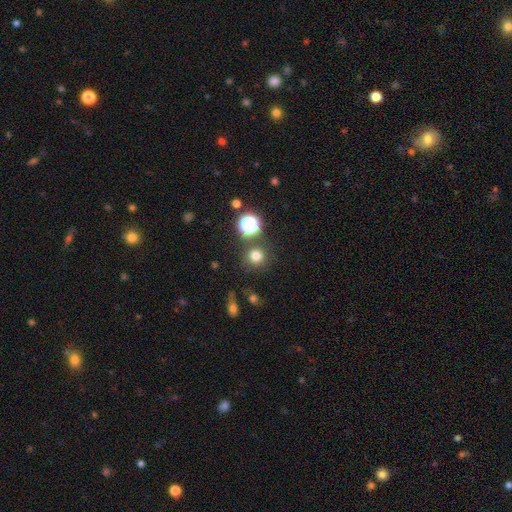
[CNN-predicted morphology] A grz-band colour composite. It shows a smooth galaxy with no disk features (74%) that is round (93%). Merging: none (83%).